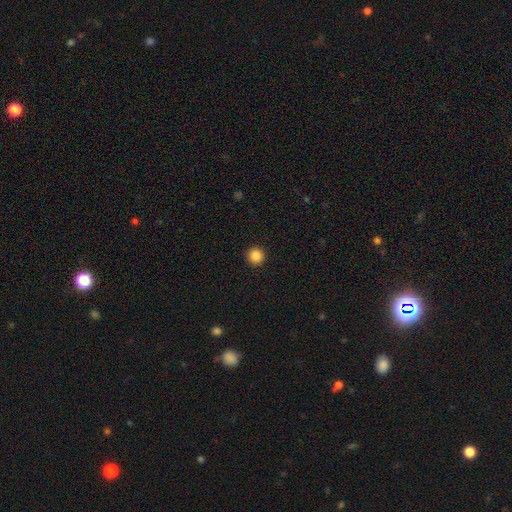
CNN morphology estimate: Smooth or featured? Predicted: smooth (p=0.86). How rounded? Predicted: round (p=0.96). Merging? Predicted: none (p=0.93).